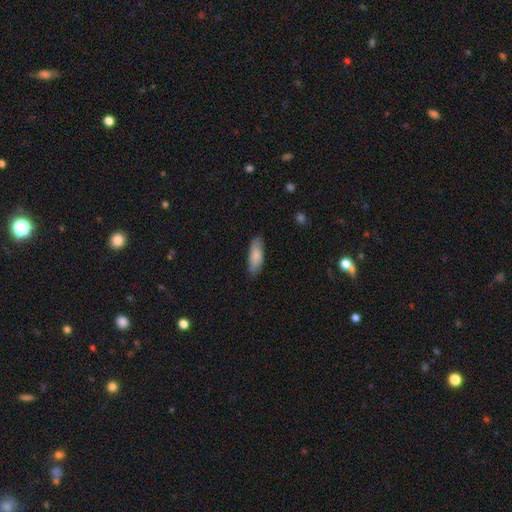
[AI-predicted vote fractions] smooth 83%, featured or disk 11%, star or artifact 6%. Down the decision tree: how rounded — in between (71%); merging — none (79%).